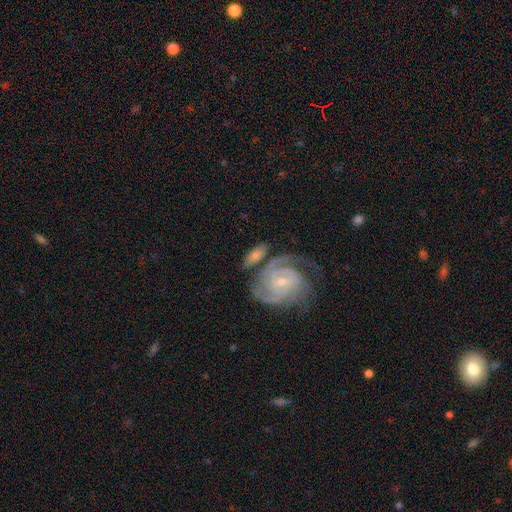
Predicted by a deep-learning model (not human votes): Q: Smooth or featured?
A: featured or disk (69%); runner-up: smooth (24%)
Q: Edge-on disk?
A: no (93%); runner-up: yes (7%)
Q: Bar?
A: no (53%); runner-up: weak (35%)
Q: Spiral arms?
A: yes (92%); runner-up: no (8%)
Q: Spiral winding?
A: tight (64%); runner-up: medium (29%)
Q: Spiral arm count?
A: 2 (36%); runner-up: 3 (25%)
Q: Bulge size?
A: small (69%); runner-up: moderate (26%)
Q: Merging?
A: none (55%); runner-up: merger (20%)